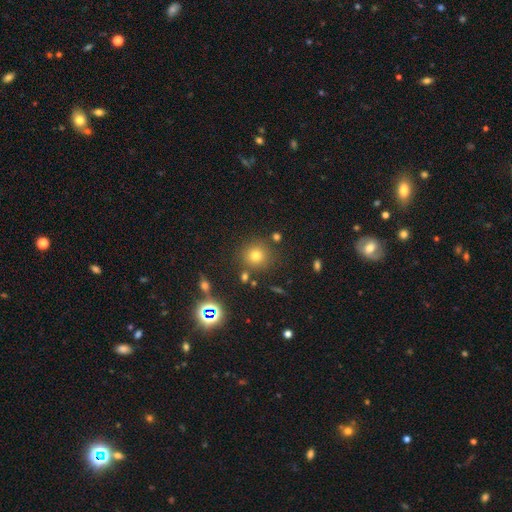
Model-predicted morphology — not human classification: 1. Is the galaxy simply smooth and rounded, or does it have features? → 69% smooth, 22% star or artifact, 9% featured or disk.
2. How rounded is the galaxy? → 92% round, 7% in between, 1% cigar-shaped.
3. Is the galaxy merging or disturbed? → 83% none, 8% minor disturbance, 6% merger, 3% major disturbance.